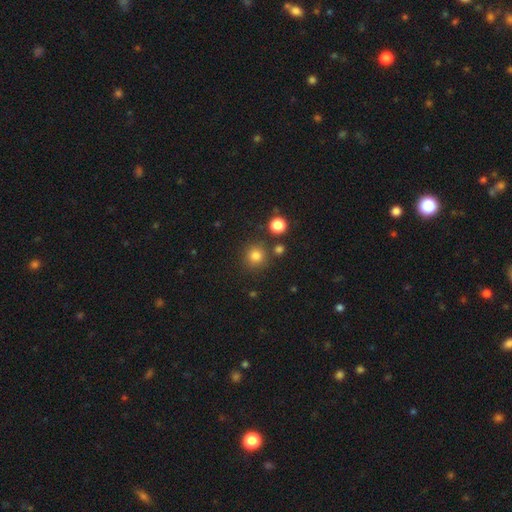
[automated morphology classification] Q: Smooth or featured?
A: smooth (81%); runner-up: star or artifact (14%)
Q: How rounded?
A: round (93%); runner-up: in between (6%)
Q: Merging?
A: none (82%); runner-up: minor disturbance (8%)